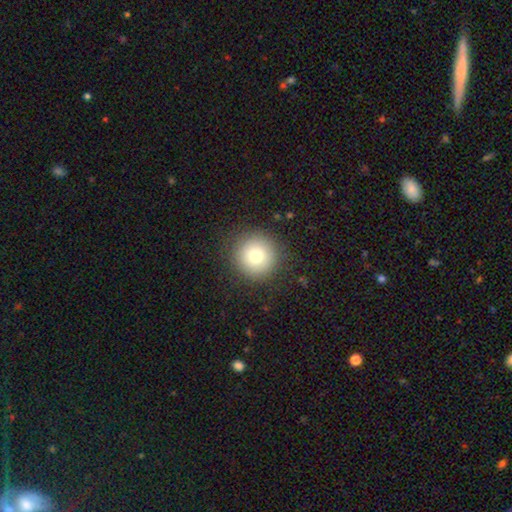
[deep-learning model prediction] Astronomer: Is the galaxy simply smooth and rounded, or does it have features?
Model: smooth — 78%.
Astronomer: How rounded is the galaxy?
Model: round — 96%.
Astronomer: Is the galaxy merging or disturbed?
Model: none — 90%.